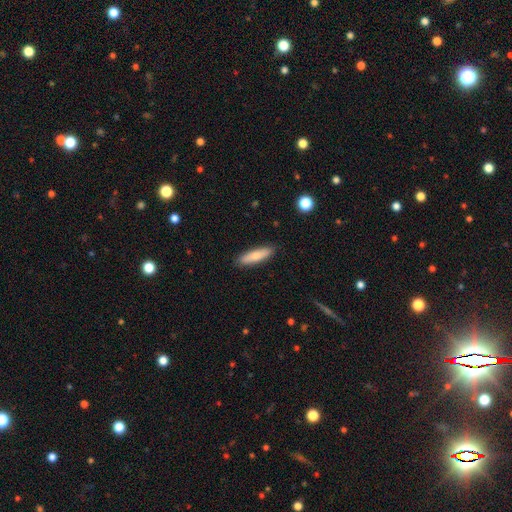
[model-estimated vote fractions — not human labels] smooth-or-featured: smooth: 72% | featured or disk: 22% | star or artifact: 6%
  how-rounded: cigar-shaped: 70% | in between: 28% | round: 2%
  merging: none: 88% | minor disturbance: 9% | major disturbance: 2% | merger: 1%